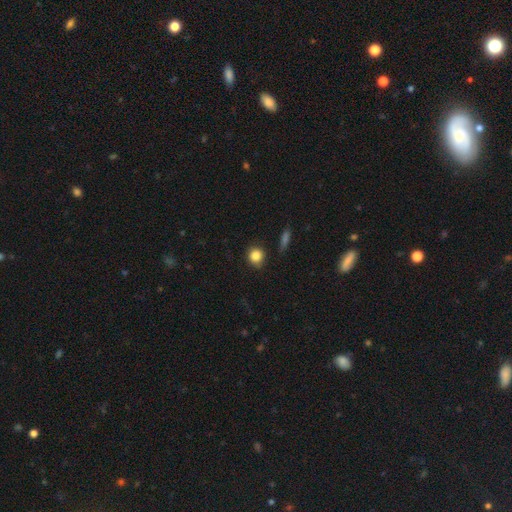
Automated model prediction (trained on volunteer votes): Smooth or featured: smooth — 85% (star or artifact — 10%)
How rounded: round — 86% (in between — 12%)
Merging: none — 80% (minor disturbance — 14%)